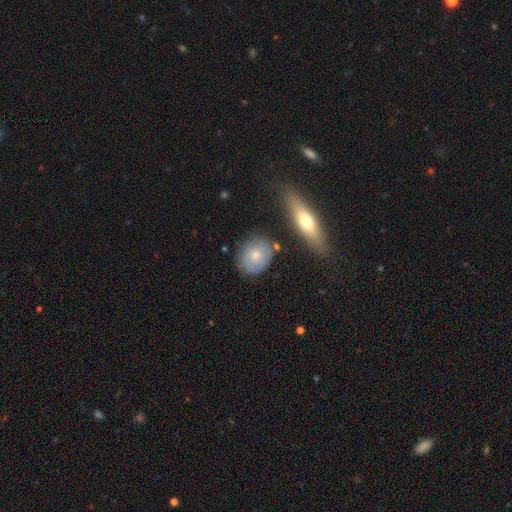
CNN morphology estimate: The model was most divided on "how rounded": round: 57%, in between: 40%, cigar-shaped: 2%. More confident: merging — none (71%); smooth or featured — smooth (59%).